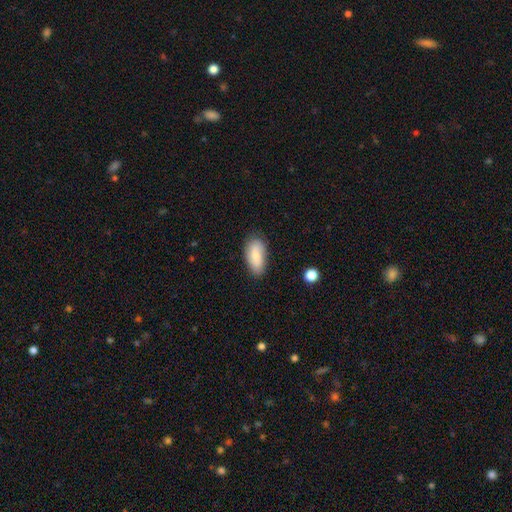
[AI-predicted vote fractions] A smooth galaxy with no disk features (84%) that is in between round and cigar-shaped (89%).

Vote fractions:
- Smooth or featured? smooth: 84% / featured or disk: 9% / star or artifact: 6%
- How rounded? in between: 89% / cigar-shaped: 8% / round: 3%
- Merging? none: 76% / minor disturbance: 19% / major disturbance: 3% / merger: 2%